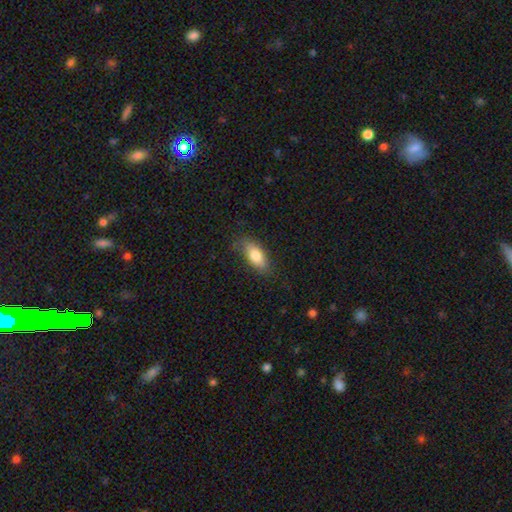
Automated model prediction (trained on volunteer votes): smooth 78%, featured or disk 15%, star or artifact 7%. Down the decision tree: how rounded — in between (80%); merging — none (81%).